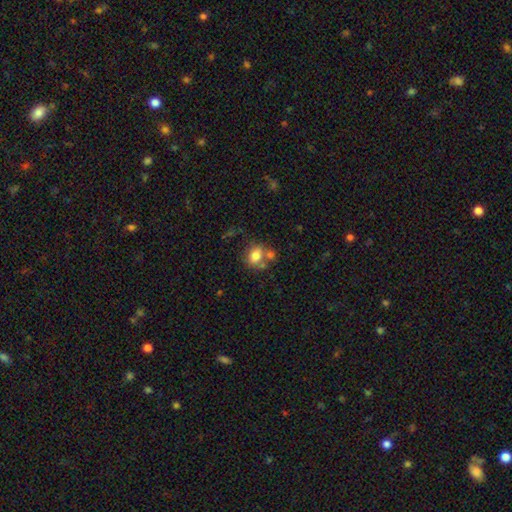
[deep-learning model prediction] Q: Smooth or featured?
A: smooth (74%); runner-up: featured or disk (16%)
Q: How rounded?
A: in between (53%); runner-up: round (45%)
Q: Merging?
A: none (48%); runner-up: merger (29%)